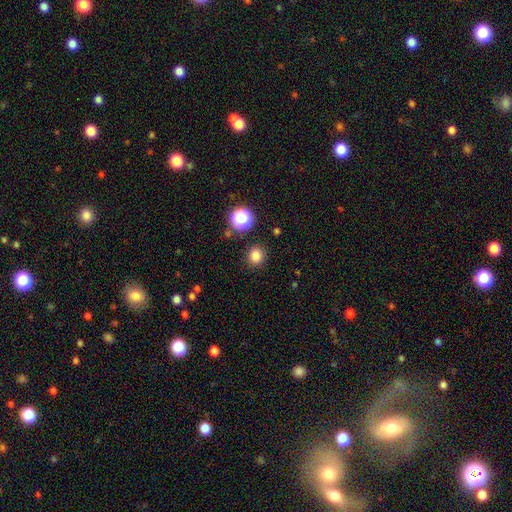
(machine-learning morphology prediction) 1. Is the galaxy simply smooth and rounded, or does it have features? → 81% smooth, 14% star or artifact, 4% featured or disk.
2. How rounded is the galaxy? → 85% round, 14% in between, 1% cigar-shaped.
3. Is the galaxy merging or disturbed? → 89% none, 7% minor disturbance, 3% major disturbance, 2% merger.